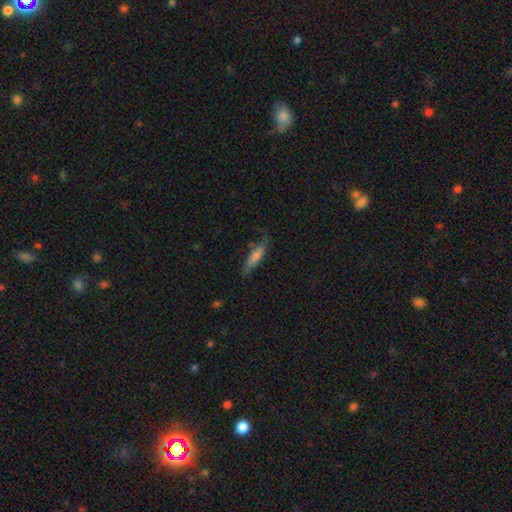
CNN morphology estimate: The model was most divided on "smooth or featured": smooth: 65%, featured or disk: 28%, star or artifact: 7%. More confident: how rounded — cigar-shaped (75%); merging — none (66%).